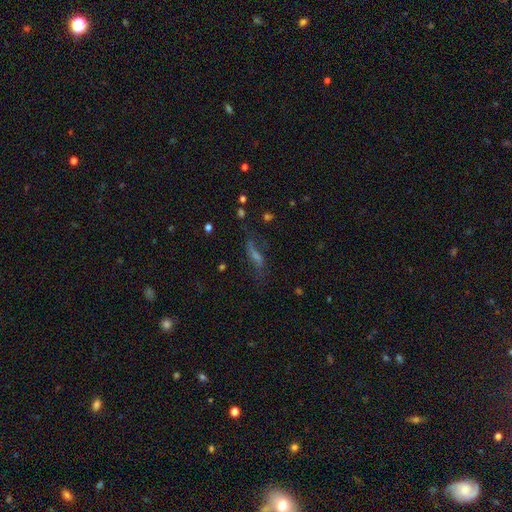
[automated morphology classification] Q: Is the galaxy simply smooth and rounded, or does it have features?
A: featured or disk — 48%.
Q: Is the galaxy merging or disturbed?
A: none — 62%.